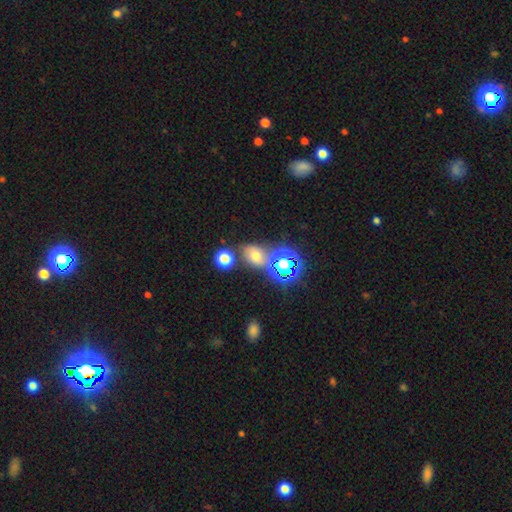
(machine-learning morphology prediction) Smooth or featured? smooth (54%)
How rounded? in between (61%)
Merging? none (64%)